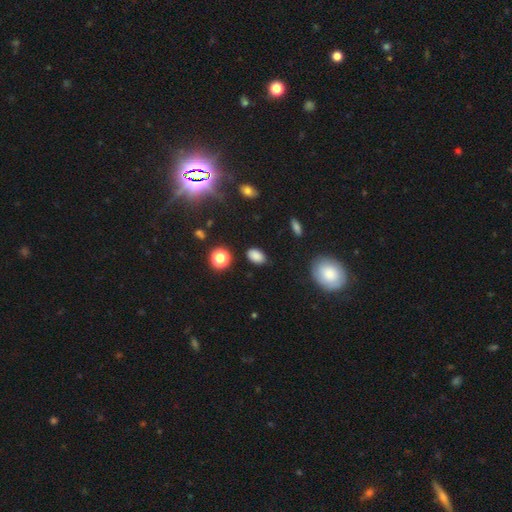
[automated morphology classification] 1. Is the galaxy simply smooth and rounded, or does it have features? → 83% smooth, 12% star or artifact, 5% featured or disk.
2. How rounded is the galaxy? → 85% in between, 14% round, 2% cigar-shaped.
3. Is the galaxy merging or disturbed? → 83% none, 12% minor disturbance, 3% major disturbance, 2% merger.